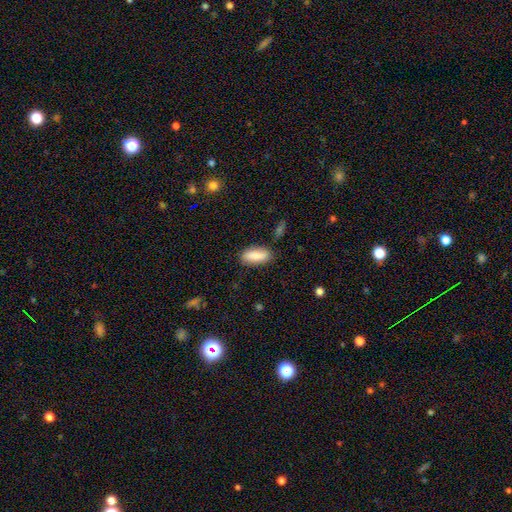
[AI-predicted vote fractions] smooth 84%, featured or disk 9%, star or artifact 6%. Down the decision tree: how rounded — in between (82%); merging — none (81%).